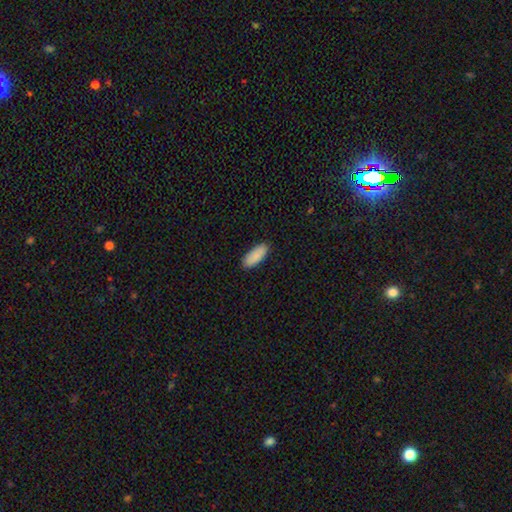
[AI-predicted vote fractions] Smooth or featured: smooth — 90% (star or artifact — 6%)
How rounded: in between — 79% (cigar-shaped — 19%)
Merging: none — 89% (minor disturbance — 8%)